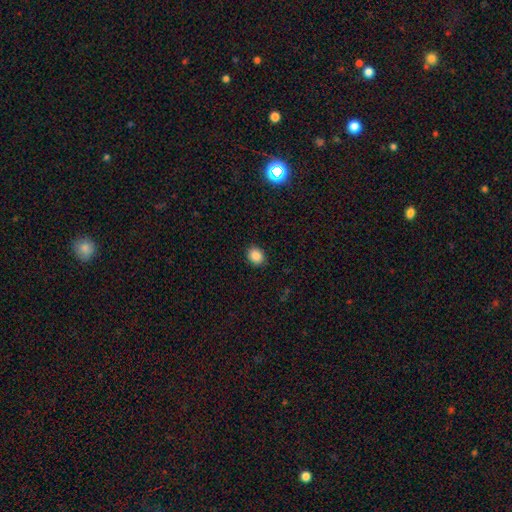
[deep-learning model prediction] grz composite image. It shows a smooth galaxy with no disk features (86%) that is round (61%). Merging: none (89%).